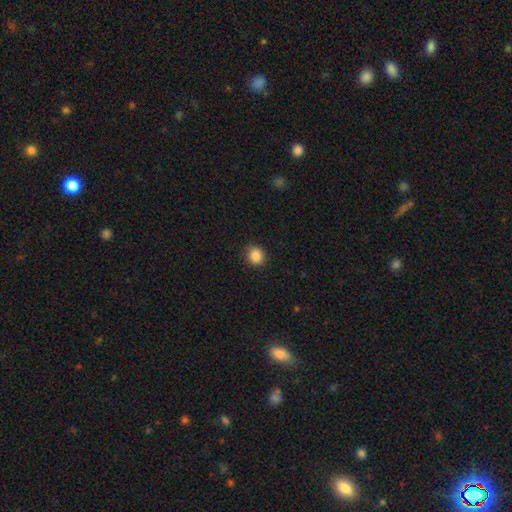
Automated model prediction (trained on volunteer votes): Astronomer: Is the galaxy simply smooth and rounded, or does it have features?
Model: smooth — 87%.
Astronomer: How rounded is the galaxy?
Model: round — 84%.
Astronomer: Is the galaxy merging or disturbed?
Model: none — 90%.